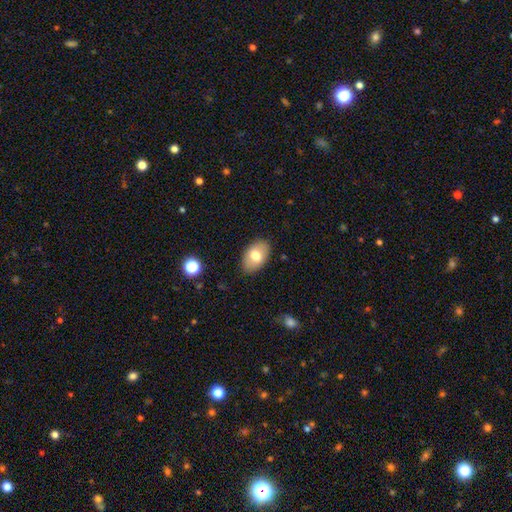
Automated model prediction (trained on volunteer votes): smooth-or-featured: smooth: 72% | featured or disk: 21% | star or artifact: 7%
  how-rounded: in between: 90% | round: 9% | cigar-shaped: 1%
  merging: none: 86% | minor disturbance: 10% | major disturbance: 2% | merger: 1%